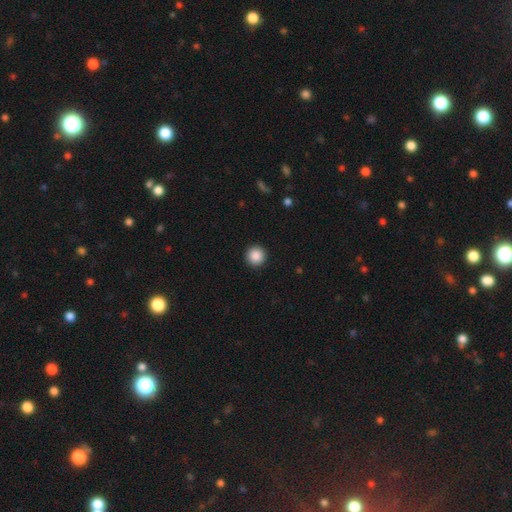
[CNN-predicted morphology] This is clearly a smooth galaxy (88%). How rounded: clearly round (96%). Merging: clearly none (93%).